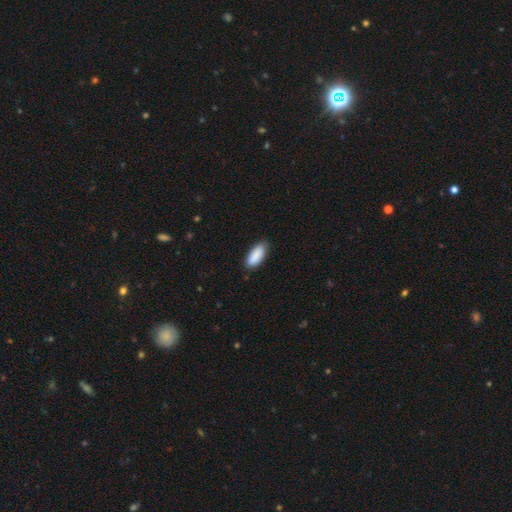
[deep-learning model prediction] Smooth or featured: smooth — 89% (star or artifact — 6%)
How rounded: in between — 82% (cigar-shaped — 16%)
Merging: none — 82% (minor disturbance — 15%)